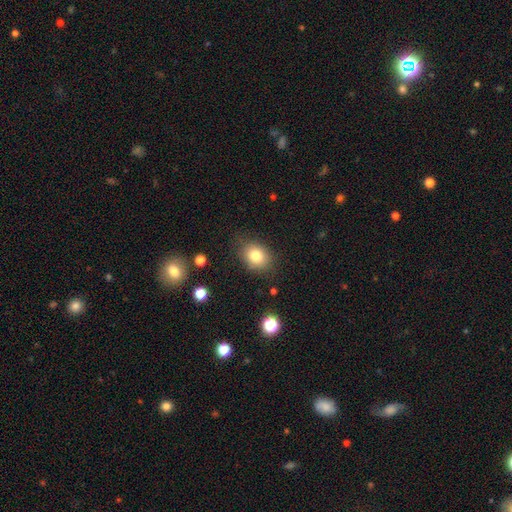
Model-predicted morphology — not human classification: Smooth or featured: smooth — 80% (star or artifact — 11%)
How rounded: round — 50% (in between — 49%)
Merging: none — 81% (minor disturbance — 14%)